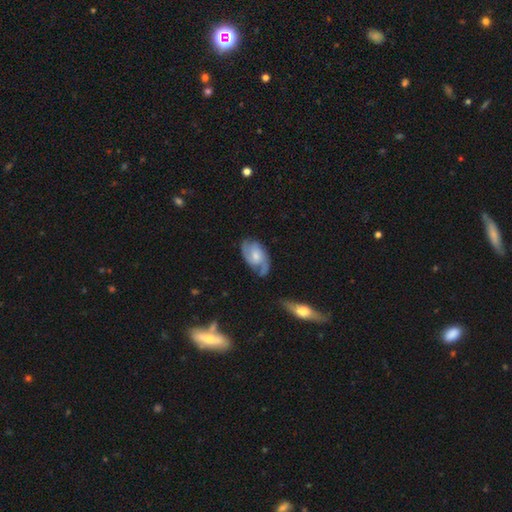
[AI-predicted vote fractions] Morphology: type=featured or disk (75%); edge-on=no (96%); bar=no (56%); spiral arms=yes (94%); winding=medium (48%); arm count=2 (76%); bulge=moderate (44%); merging=none (63%).